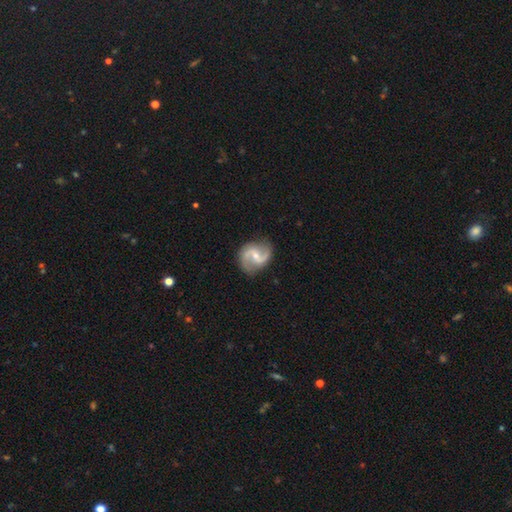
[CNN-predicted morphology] The model was most divided on "spiral winding": medium: 46%, loose: 44%, tight: 10%. More confident: edge-on disk — no (98%); spiral arms — yes (97%); spiral arm count — 2 (94%); smooth or featured — featured or disk (89%); merging — none (82%); bulge size — small (56%); bar — weak (51%).